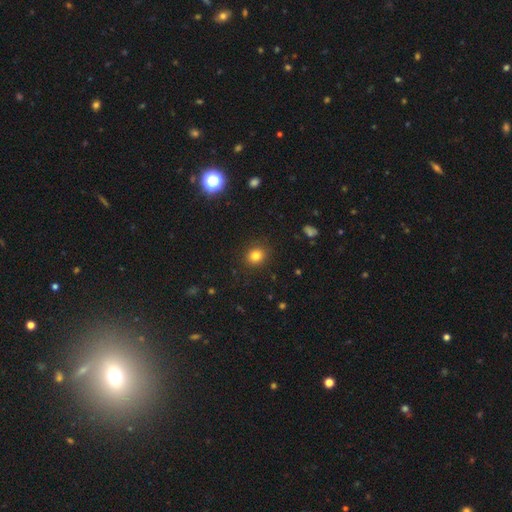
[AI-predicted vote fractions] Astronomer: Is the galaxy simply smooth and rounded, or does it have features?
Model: smooth — 81%.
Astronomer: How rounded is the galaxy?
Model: round — 80%.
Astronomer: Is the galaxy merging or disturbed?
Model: none — 89%.